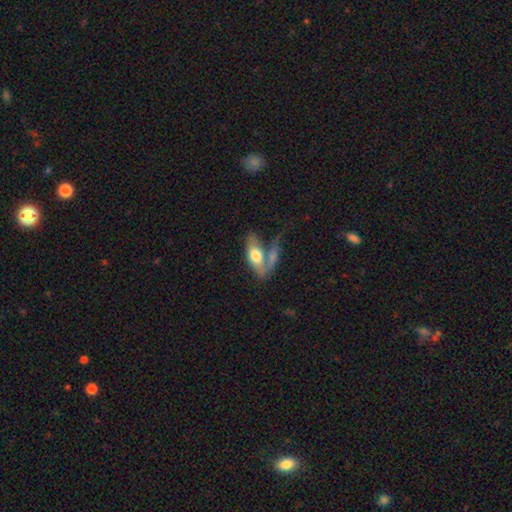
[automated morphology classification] This is likely a smooth galaxy (62%). How rounded: clearly in between (83%). Merging: possibly merger (51%).